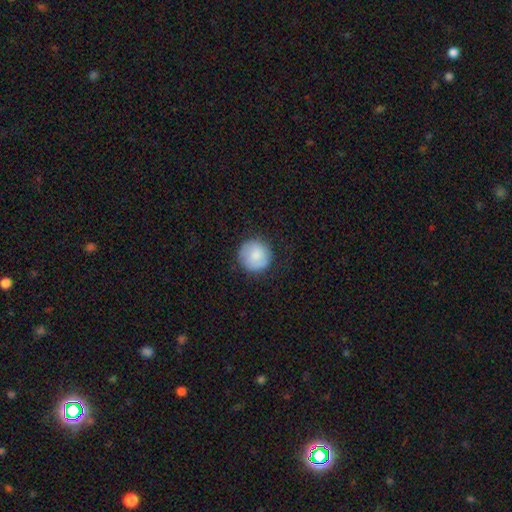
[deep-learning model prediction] Smooth or featured: smooth — 81% (featured or disk — 12%)
How rounded: round — 95% (in between — 4%)
Merging: none — 84% (minor disturbance — 11%)